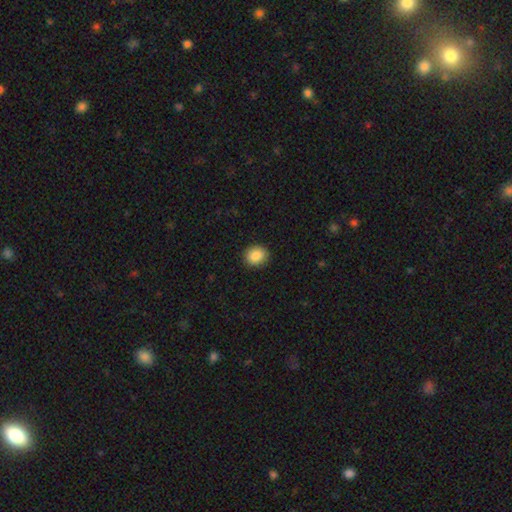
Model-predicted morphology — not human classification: smooth 88%, star or artifact 8%, featured or disk 4%. Down the decision tree: how rounded — round (73%); merging — none (90%).